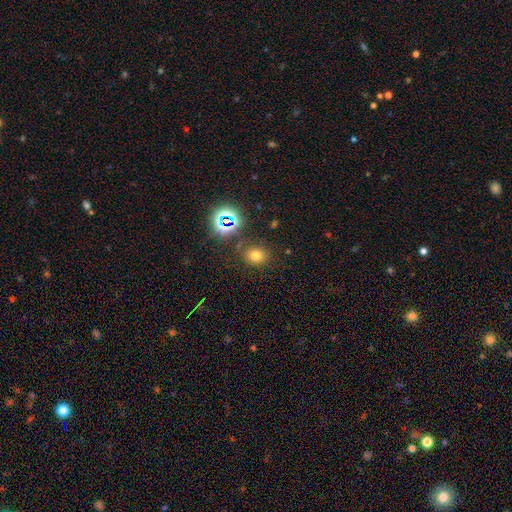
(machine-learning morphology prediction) The model was most divided on "how rounded": round: 64%, in between: 35%, cigar-shaped: 1%. More confident: merging — none (82%); smooth or featured — smooth (68%).